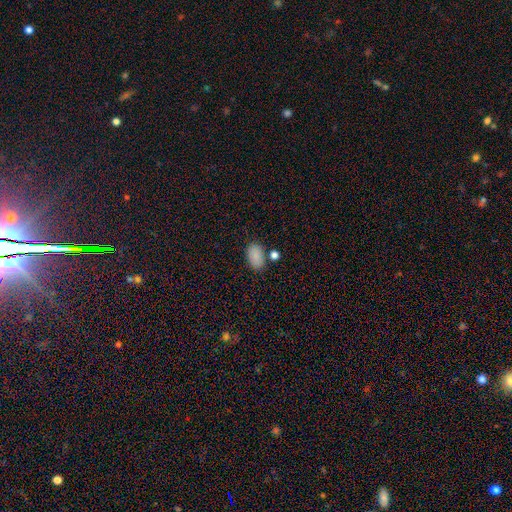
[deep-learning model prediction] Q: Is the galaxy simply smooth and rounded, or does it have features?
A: smooth — 86%.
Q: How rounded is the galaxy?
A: in between — 91%.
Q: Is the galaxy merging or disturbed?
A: none — 75%.